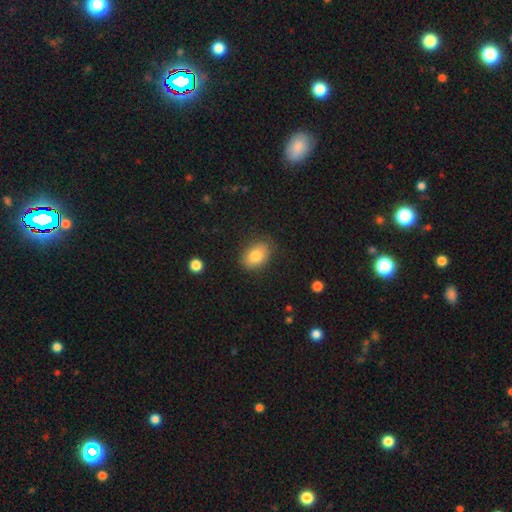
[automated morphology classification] smooth_or_featured: smooth (p=0.81) [alt: featured or disk p=0.11]
how_rounded: in between (p=0.71) [alt: round p=0.28]
merging: none (p=0.80) [alt: minor disturbance p=0.15]